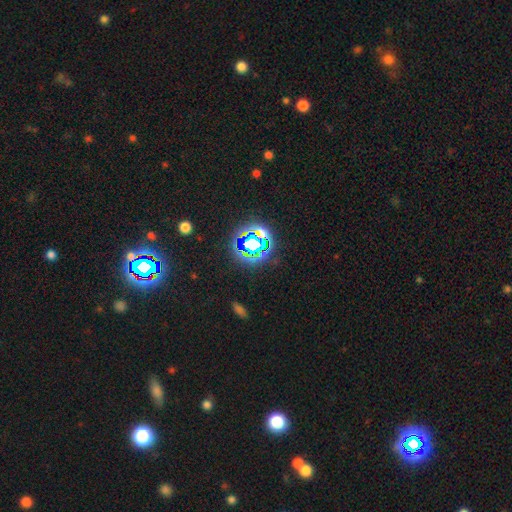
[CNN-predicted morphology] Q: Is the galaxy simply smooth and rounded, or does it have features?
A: star or artifact — 79%.